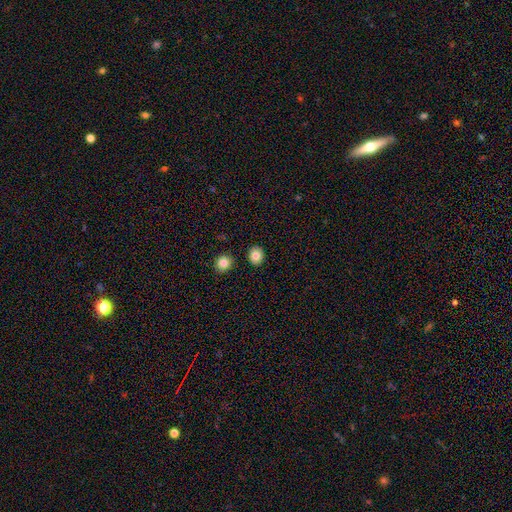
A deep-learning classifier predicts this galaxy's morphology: smooth_or_featured: smooth (p=0.83) [alt: star or artifact p=0.09]
how_rounded: round (p=0.71) [alt: in between p=0.28]
merging: none (p=0.89) [alt: minor disturbance p=0.06]